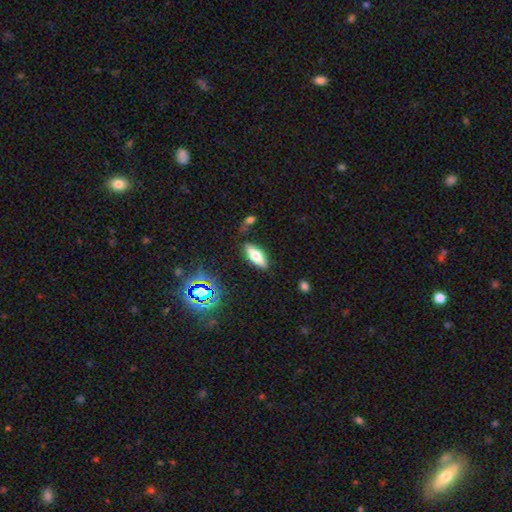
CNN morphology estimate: The model was most divided on "smooth or featured": smooth: 59%, featured or disk: 30%, star or artifact: 11%. More confident: merging — none (80%); how rounded — in between (69%).